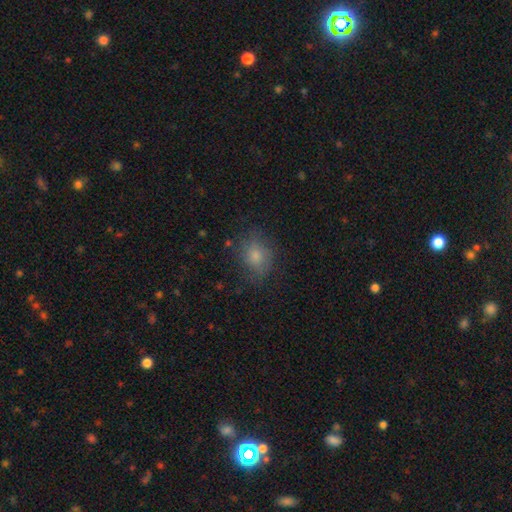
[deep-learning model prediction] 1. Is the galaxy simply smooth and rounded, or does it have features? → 76% smooth, 13% featured or disk, 11% star or artifact.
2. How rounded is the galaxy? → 54% round, 45% in between, 1% cigar-shaped.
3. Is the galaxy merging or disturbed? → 72% none, 19% minor disturbance, 7% major disturbance, 1% merger.